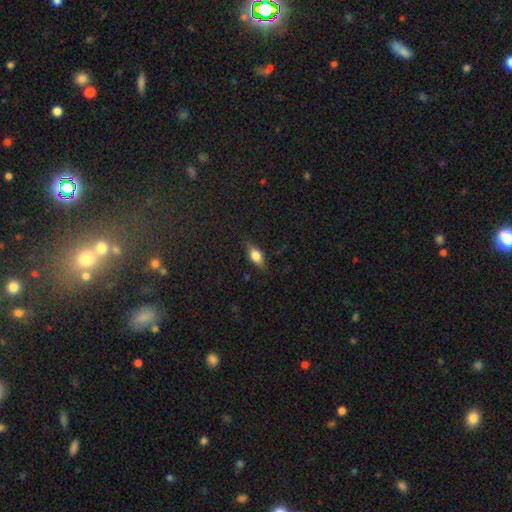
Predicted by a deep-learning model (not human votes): Overall: smooth (69%). How rounded: in between (80%). Merging: none (81%).